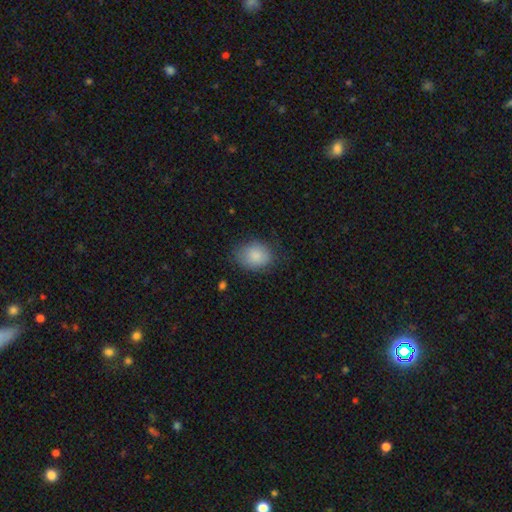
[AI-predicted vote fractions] A smooth galaxy with no disk features (85%) that is in between round and cigar-shaped (61%).

Vote fractions:
- Smooth or featured? smooth: 85% / star or artifact: 8% / featured or disk: 7%
- How rounded? in between: 61% / round: 38% / cigar-shaped: 1%
- Merging? none: 69% / minor disturbance: 23% / major disturbance: 7% / merger: 1%